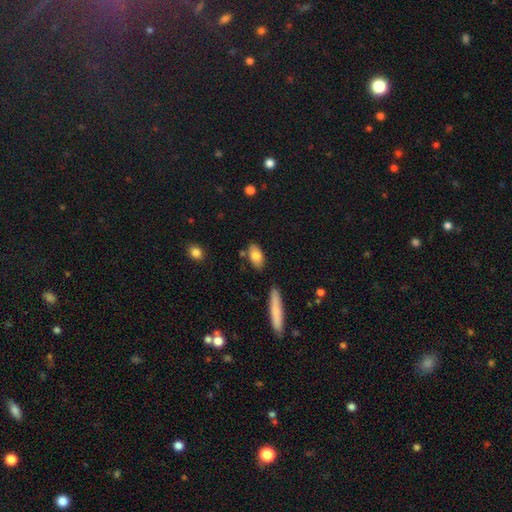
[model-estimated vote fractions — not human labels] A smooth galaxy with no disk features (81%) that is in between round and cigar-shaped (89%).

Vote fractions:
- Smooth or featured? smooth: 81% / featured or disk: 12% / star or artifact: 7%
- How rounded? in between: 89% / cigar-shaped: 7% / round: 4%
- Merging? none: 76% / minor disturbance: 14% / merger: 7% / major disturbance: 3%